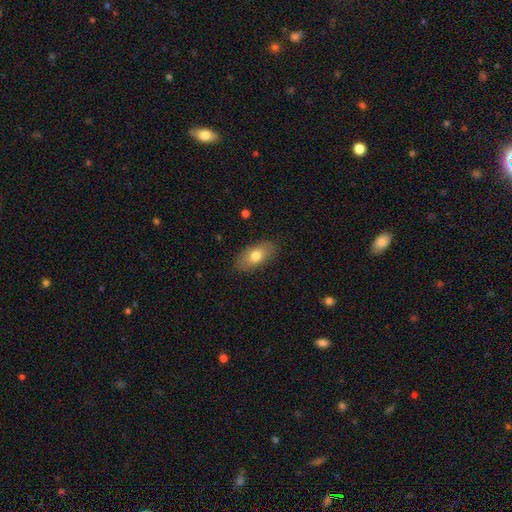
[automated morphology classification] Smooth or featured: smooth — 75% (featured or disk — 18%)
How rounded: in between — 89% (cigar-shaped — 6%)
Merging: none — 86% (minor disturbance — 11%)